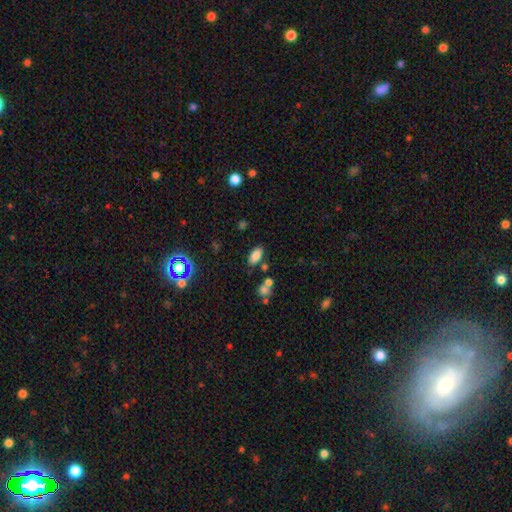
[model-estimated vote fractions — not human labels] smooth-or-featured: smooth: 81% | star or artifact: 12% | featured or disk: 7%
  how-rounded: in between: 91% | cigar-shaped: 5% | round: 4%
  merging: none: 77% | minor disturbance: 11% | merger: 8% | major disturbance: 4%